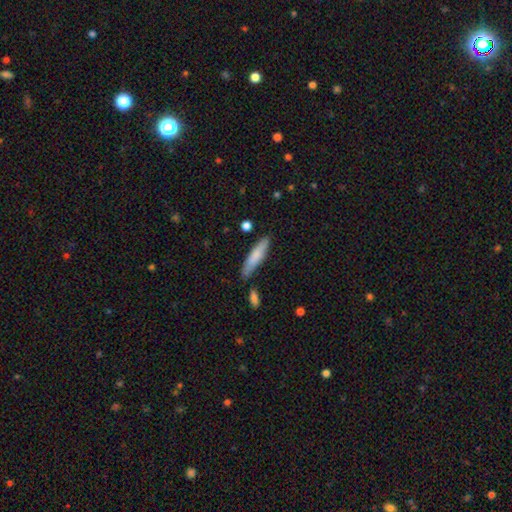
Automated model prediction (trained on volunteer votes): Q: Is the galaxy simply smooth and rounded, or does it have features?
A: smooth — 78%.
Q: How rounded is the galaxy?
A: cigar-shaped — 78%.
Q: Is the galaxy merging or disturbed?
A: none — 77%.